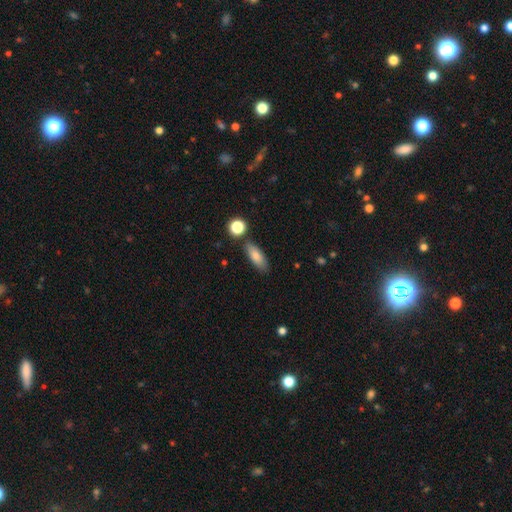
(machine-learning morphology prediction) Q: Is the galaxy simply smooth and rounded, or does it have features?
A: smooth — 80%.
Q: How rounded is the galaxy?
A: in between — 67%.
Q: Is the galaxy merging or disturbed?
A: none — 79%.